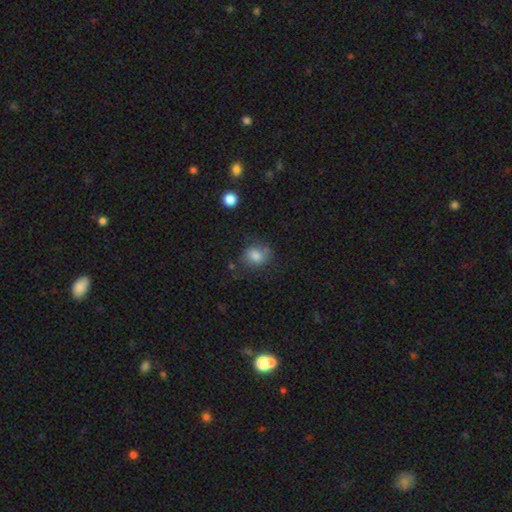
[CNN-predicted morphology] Smooth or featured: smooth — 75% (featured or disk — 14%)
How rounded: round — 55% (in between — 44%)
Merging: none — 59% (minor disturbance — 25%)